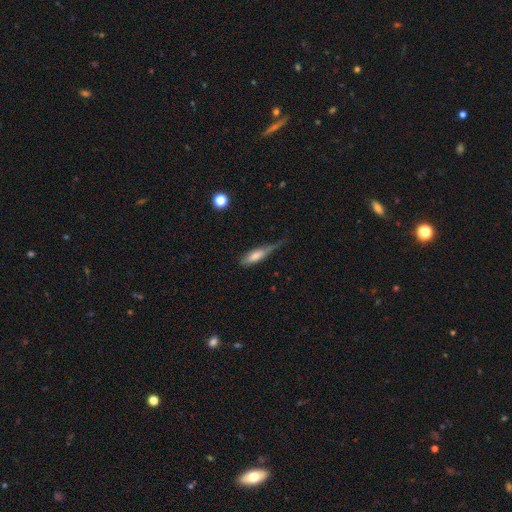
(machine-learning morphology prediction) smooth 68%, featured or disk 25%, star or artifact 7%. Down the decision tree: how rounded — cigar-shaped (57%); merging — minor disturbance (42%).